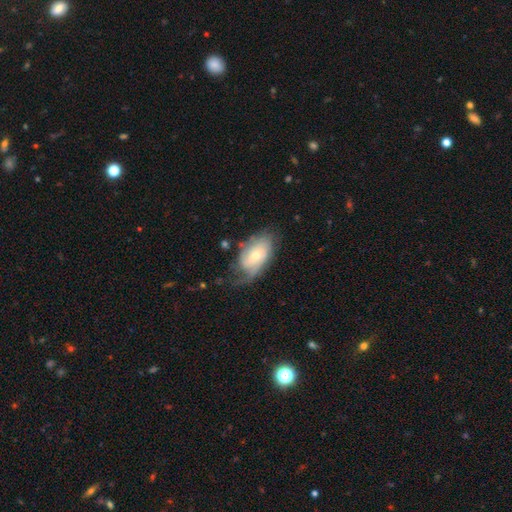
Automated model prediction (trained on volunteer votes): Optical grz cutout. It shows a featured or disk galaxy (62%) with no bar (52%), spiral arms (83%) and a moderate central bulge (52%). Merging: none (46%).